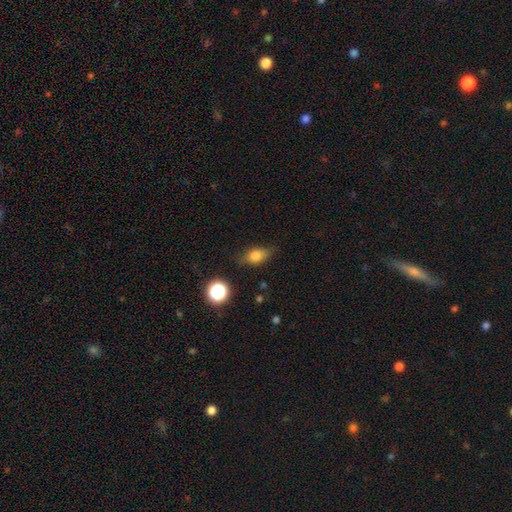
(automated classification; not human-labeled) smooth_or_featured: smooth (p=0.75) [alt: featured or disk p=0.14]
how_rounded: in between (p=0.72) [alt: round p=0.21]
merging: none (p=0.72) [alt: minor disturbance p=0.21]